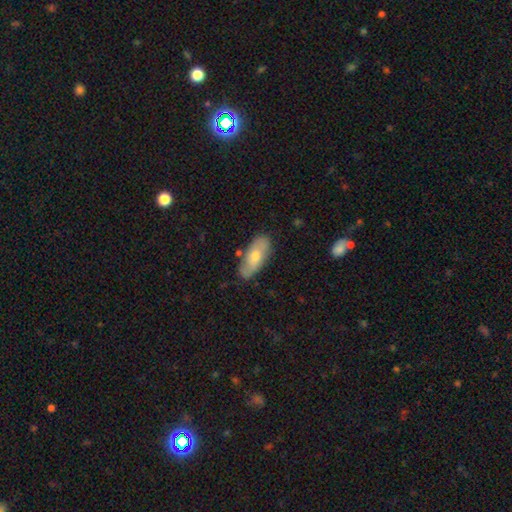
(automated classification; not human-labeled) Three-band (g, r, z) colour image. It shows a smooth galaxy with no disk features (59%) that is in between round and cigar-shaped (81%). Merging: none (78%).